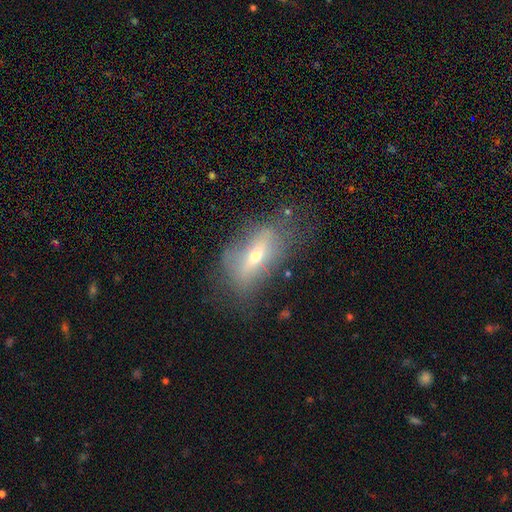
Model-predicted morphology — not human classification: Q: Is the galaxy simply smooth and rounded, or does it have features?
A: featured or disk — 52%.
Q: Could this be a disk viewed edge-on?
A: no — 63%.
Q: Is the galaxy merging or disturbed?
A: none — 57%.